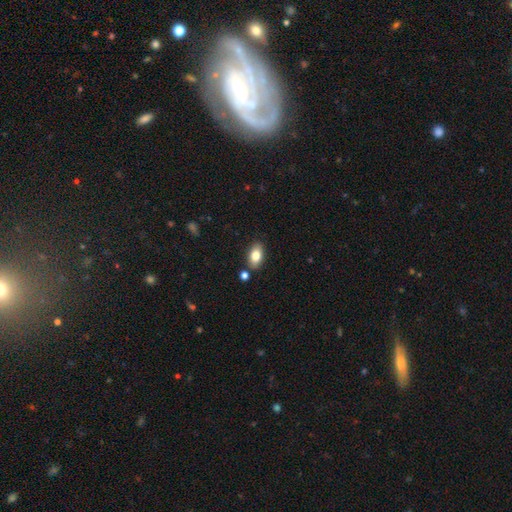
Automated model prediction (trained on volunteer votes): smooth-or-featured: smooth: 82% | featured or disk: 11% | star or artifact: 8%
  how-rounded: in between: 91% | round: 7% | cigar-shaped: 2%
  merging: none: 82% | minor disturbance: 11% | merger: 5% | major disturbance: 2%